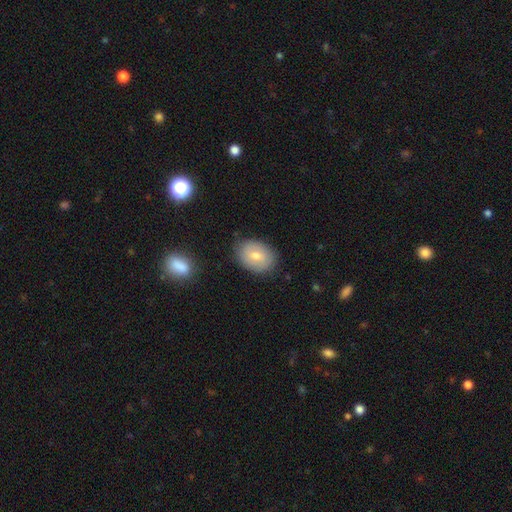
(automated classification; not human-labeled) This is likely a smooth galaxy (71%). How rounded: likely in between (67%). Merging: clearly none (82%).